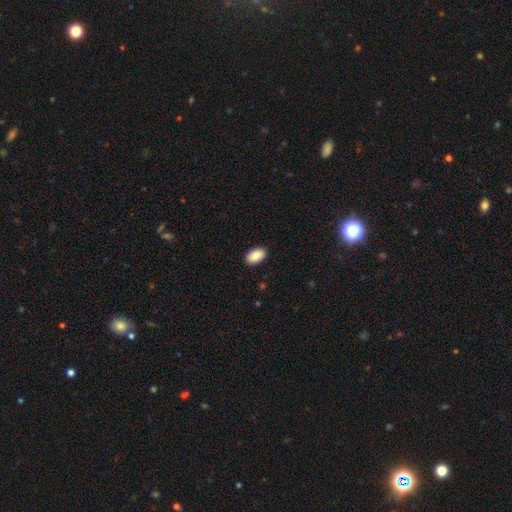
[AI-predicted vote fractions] smooth-or-featured: smooth: 88% | star or artifact: 7% | featured or disk: 5%
  how-rounded: in between: 93% | round: 6% | cigar-shaped: 1%
  merging: none: 90% | minor disturbance: 8% | major disturbance: 2% | merger: 1%